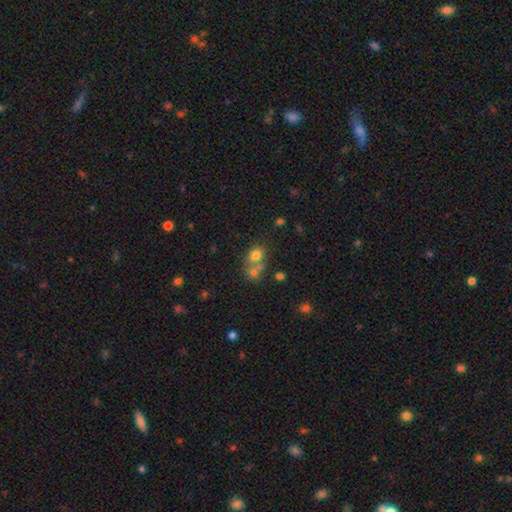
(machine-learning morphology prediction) Overall: smooth (73%). How rounded: round (56%; in between 43%). Merging: merger (50%; none 37%).